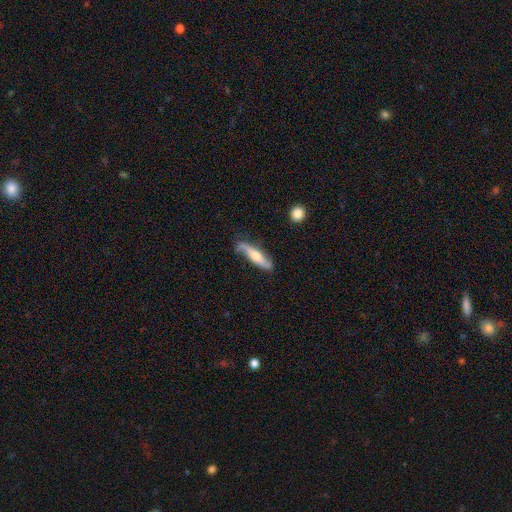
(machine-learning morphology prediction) smooth-or-featured: featured or disk: 64% | smooth: 31% | star or artifact: 6%
  disk-edge-on: no: 57% | yes: 43%
  merging: none: 67% | minor disturbance: 24% | major disturbance: 7% | merger: 2%